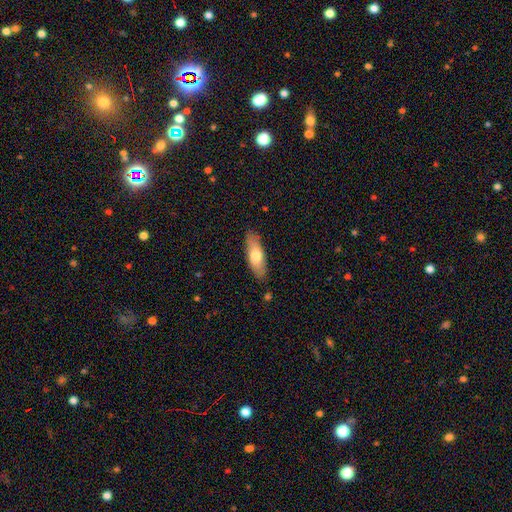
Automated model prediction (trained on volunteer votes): smooth 69%, featured or disk 26%, star or artifact 6%. Down the decision tree: how rounded — in between (59%); merging — none (86%).